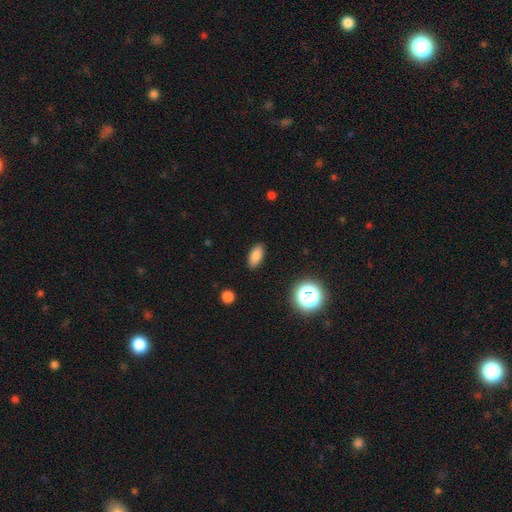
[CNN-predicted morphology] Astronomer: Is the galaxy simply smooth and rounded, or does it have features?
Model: smooth — 83%.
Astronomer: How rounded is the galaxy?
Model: in between — 86%.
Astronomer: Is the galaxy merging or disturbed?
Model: none — 89%.